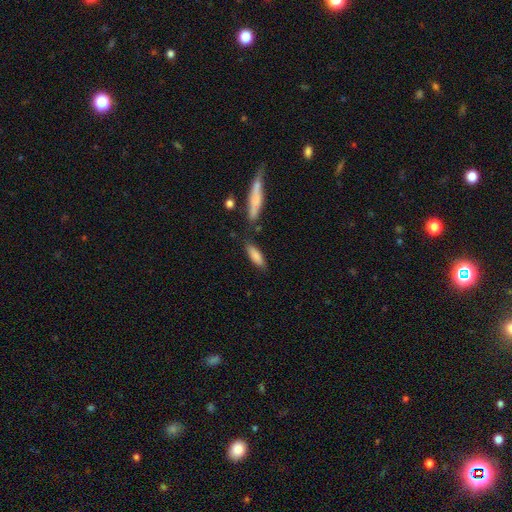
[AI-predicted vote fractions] The model was most divided on "how rounded": in between: 55%, cigar-shaped: 43%, round: 2%. More confident: smooth or featured — smooth (82%); merging — none (73%).